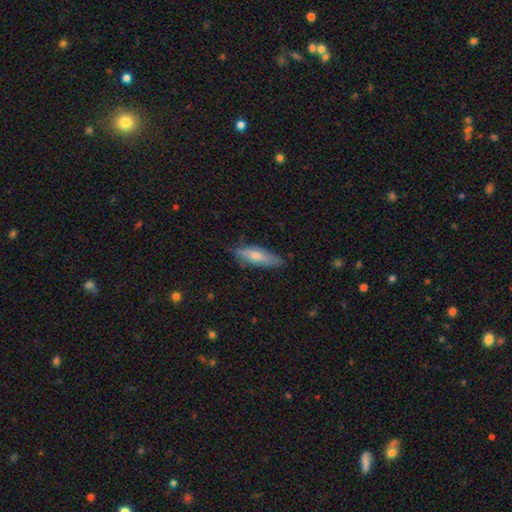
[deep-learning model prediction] Smooth or featured? Predicted: smooth (p=0.69). How rounded? Predicted: cigar-shaped (p=0.57). Merging? Predicted: none (p=0.76).